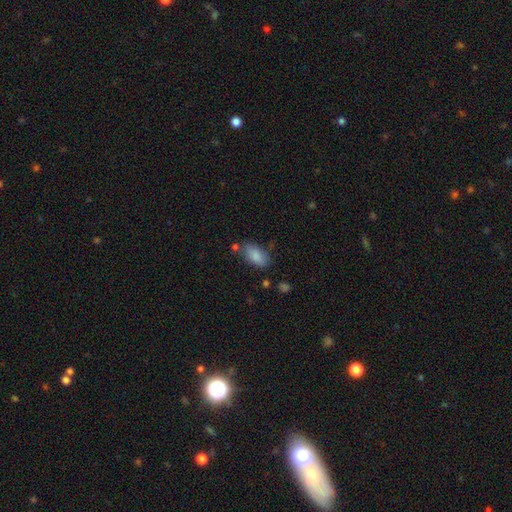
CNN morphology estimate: This is clearly a smooth galaxy (86%). How rounded: clearly in between (91%). Merging: likely none (71%).